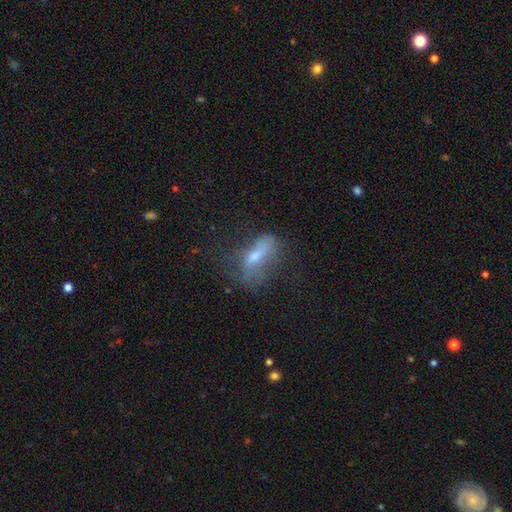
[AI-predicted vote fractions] Q: Smooth or featured?
A: smooth (46%); runner-up: featured or disk (41%)
Q: Merging?
A: none (42%); runner-up: major disturbance (30%)